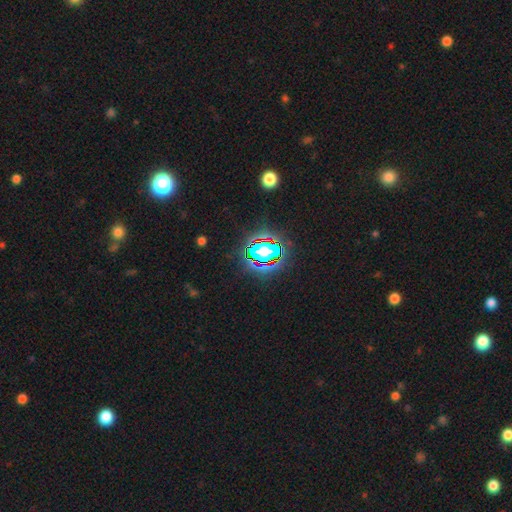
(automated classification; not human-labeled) This is clearly a star or artifact rather than a galaxy (80%).